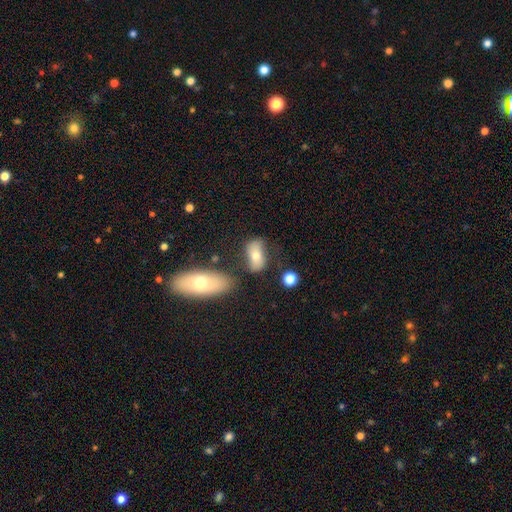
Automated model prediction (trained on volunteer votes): The model was most divided on "smooth or featured": smooth: 64%, featured or disk: 27%, star or artifact: 9%. More confident: how rounded — in between (88%); merging — none (57%).